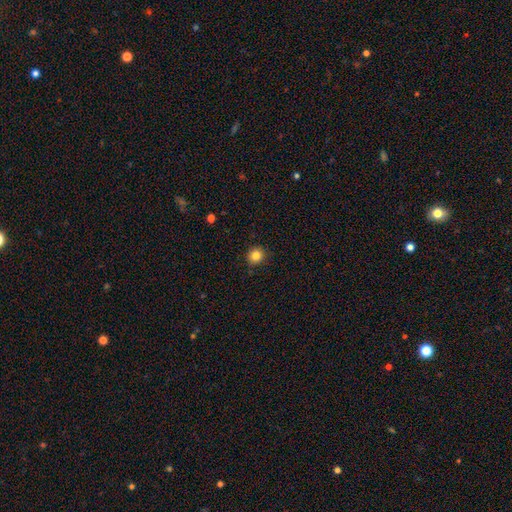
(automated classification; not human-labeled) This is clearly a smooth galaxy (83%). How rounded: clearly round (88%). Merging: clearly none (90%).